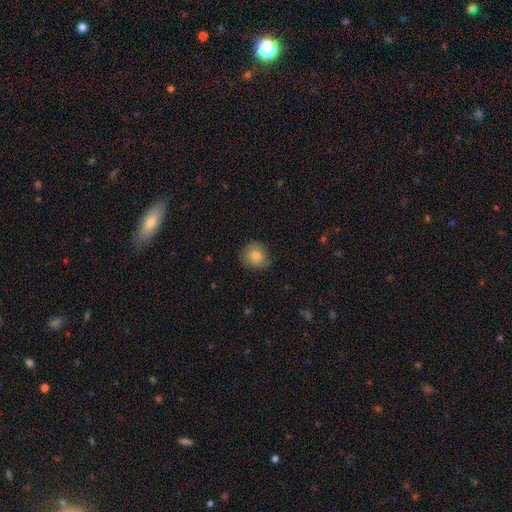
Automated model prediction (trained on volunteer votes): Overall: smooth (80%). How rounded: round (83%). Merging: none (77%).